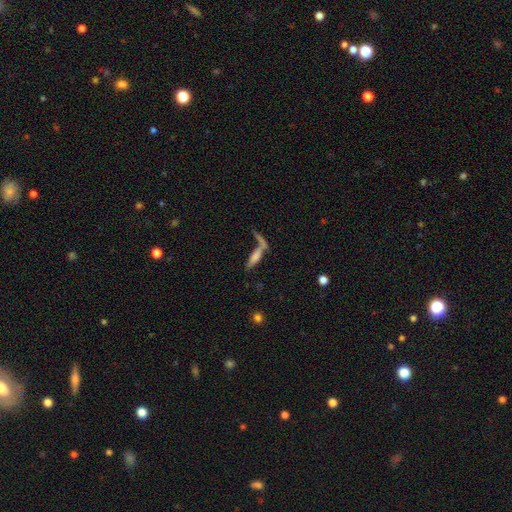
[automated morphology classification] Smooth or featured? smooth (48%)
Merging? none (45%)